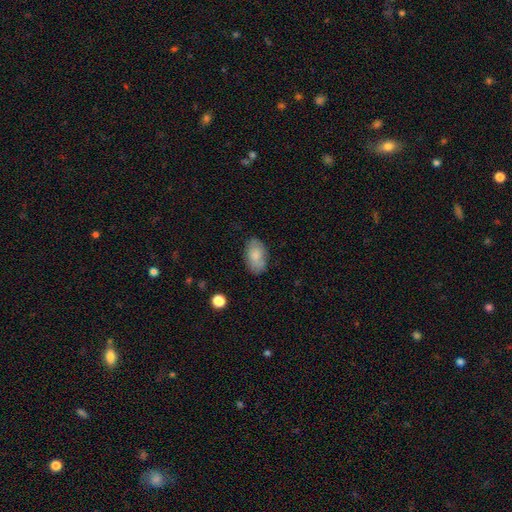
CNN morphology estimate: Smooth or featured? Predicted: smooth (p=0.81). How rounded? Predicted: in between (p=0.91). Merging? Predicted: none (p=0.76).